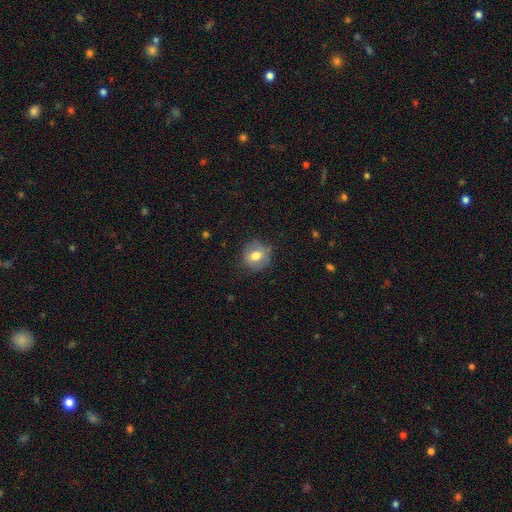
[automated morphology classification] Smooth or featured?
  - smooth: 70% *
  - featured or disk: 21%
  - star or artifact: 9%
How rounded?
  - round: 80% *
  - in between: 19%
  - cigar-shaped: 1%
Merging?
  - none: 78% *
  - minor disturbance: 16%
  - major disturbance: 5%
  - merger: 1%